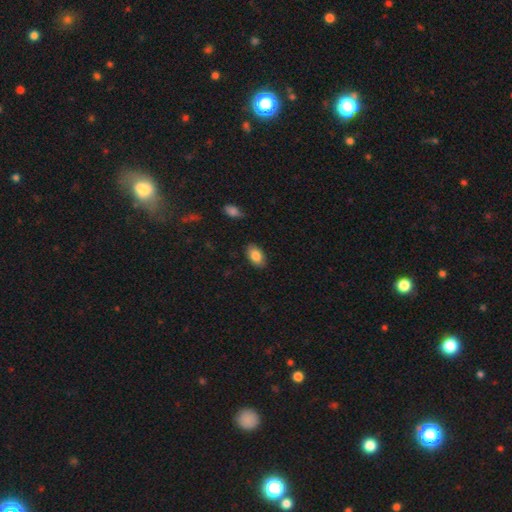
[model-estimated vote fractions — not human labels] Smooth or featured?
  - smooth: 84% *
  - featured or disk: 9%
  - star or artifact: 7%
How rounded?
  - in between: 91% *
  - round: 7%
  - cigar-shaped: 2%
Merging?
  - none: 86% *
  - minor disturbance: 11%
  - major disturbance: 2%
  - merger: 1%